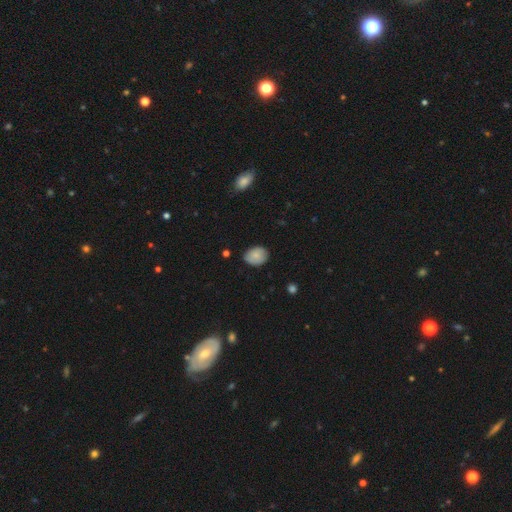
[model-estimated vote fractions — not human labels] Smooth or featured?
  - smooth: 81% *
  - featured or disk: 11%
  - star or artifact: 8%
How rounded?
  - in between: 63% *
  - round: 36%
  - cigar-shaped: 1%
Merging?
  - none: 70% *
  - minor disturbance: 25%
  - major disturbance: 3%
  - merger: 1%